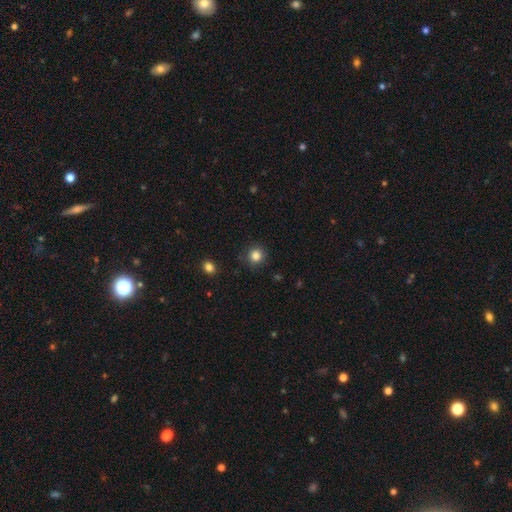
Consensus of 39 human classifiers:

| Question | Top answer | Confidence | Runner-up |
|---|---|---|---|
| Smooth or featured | smooth | 87% | star or artifact (10%) |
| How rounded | round | 94% | in between (6%) |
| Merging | none | 91% | minor disturbance (9%) |